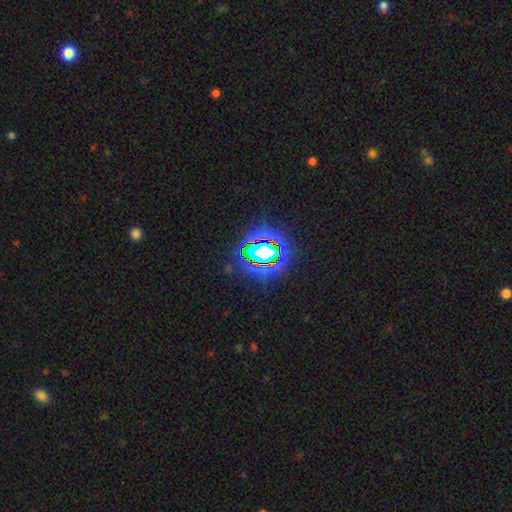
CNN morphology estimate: The model was most divided on "smooth or featured": star or artifact: 77%, smooth: 13%, featured or disk: 9%.